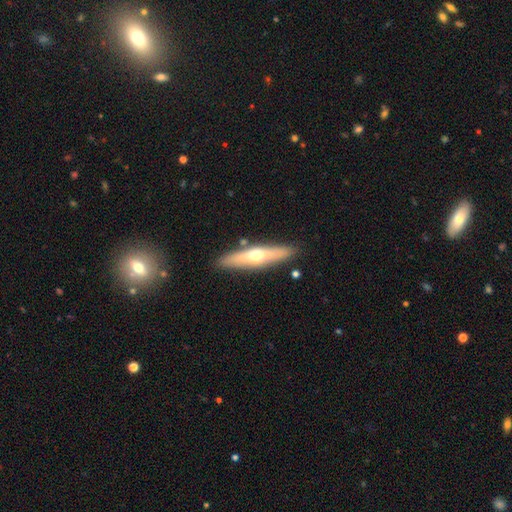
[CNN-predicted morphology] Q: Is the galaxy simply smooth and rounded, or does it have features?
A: featured or disk — 51%.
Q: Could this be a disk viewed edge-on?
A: yes — 86%.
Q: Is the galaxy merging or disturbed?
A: none — 86%.